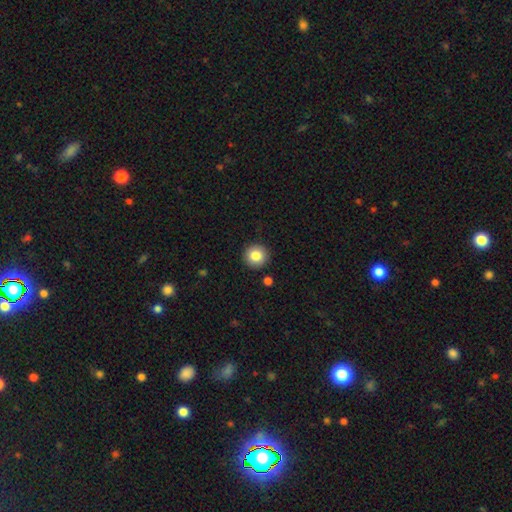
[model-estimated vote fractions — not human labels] A smooth galaxy with no disk features (84%) that is round (94%). Merging: none (91%).